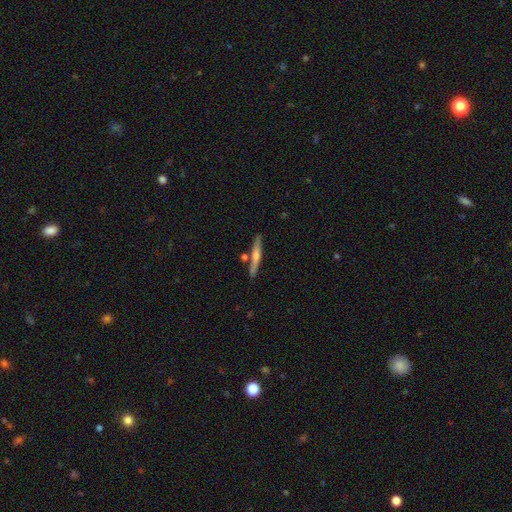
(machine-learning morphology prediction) Smooth or featured? featured or disk (61%)
Edge-on disk? yes (97%)
Edge-on bulge? rounded (77%)
Merging? none (83%)